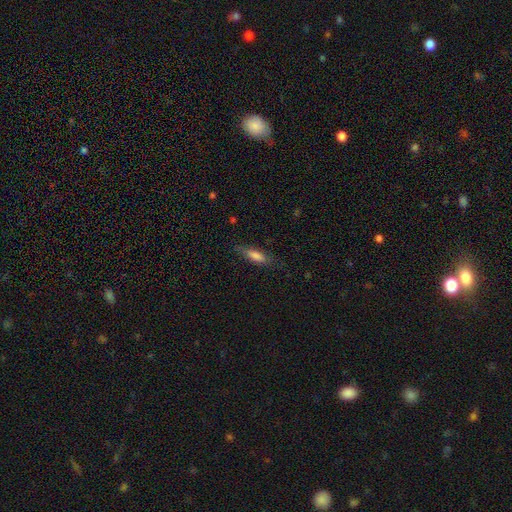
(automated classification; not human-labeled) smooth 73%, featured or disk 20%, star or artifact 7%. Down the decision tree: how rounded — cigar-shaped (57%); merging — none (76%).